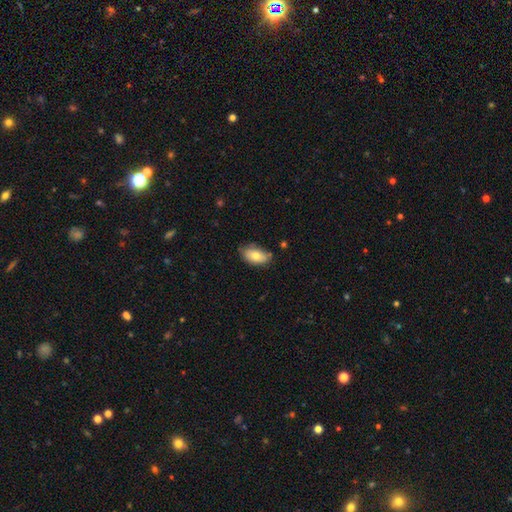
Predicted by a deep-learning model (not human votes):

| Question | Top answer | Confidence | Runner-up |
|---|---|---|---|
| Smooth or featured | smooth | 76% | featured or disk (17%) |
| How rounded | in between | 93% | round (5%) |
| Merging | none | 67% | minor disturbance (26%) |